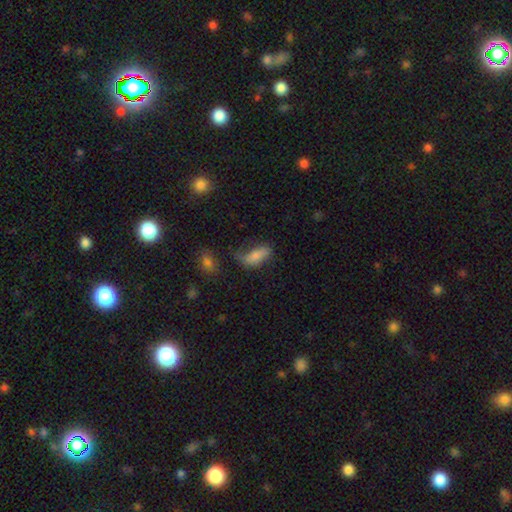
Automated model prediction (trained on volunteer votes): This is likely a smooth galaxy (68%). How rounded: clearly in between (80%). Merging: marginally none (42%).